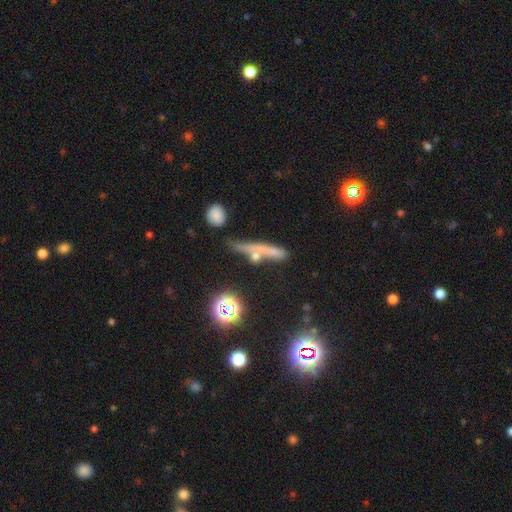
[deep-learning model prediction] smooth 49%, featured or disk 31%, star or artifact 20%. Down the decision tree: merging — none (50%).